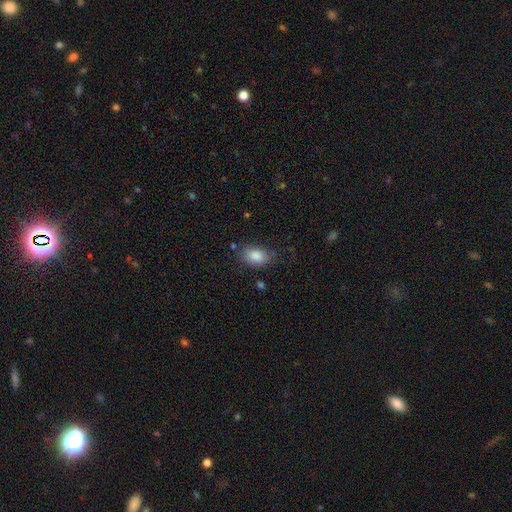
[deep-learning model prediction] Smooth or featured: smooth — 85% (star or artifact — 8%)
How rounded: in between — 85% (round — 13%)
Merging: none — 68% (minor disturbance — 23%)